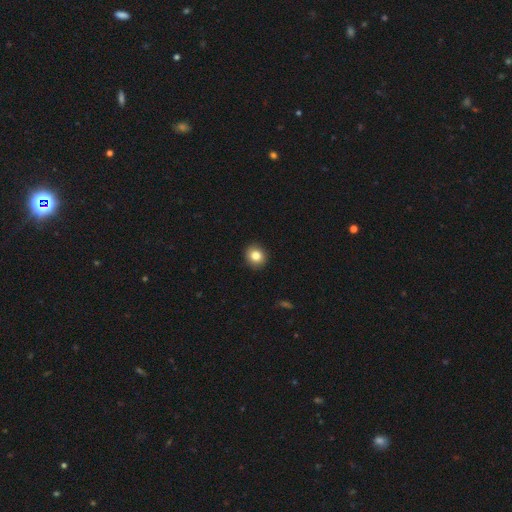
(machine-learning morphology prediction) smooth 83%, star or artifact 10%, featured or disk 7%. Down the decision tree: how rounded — round (84%); merging — none (92%).